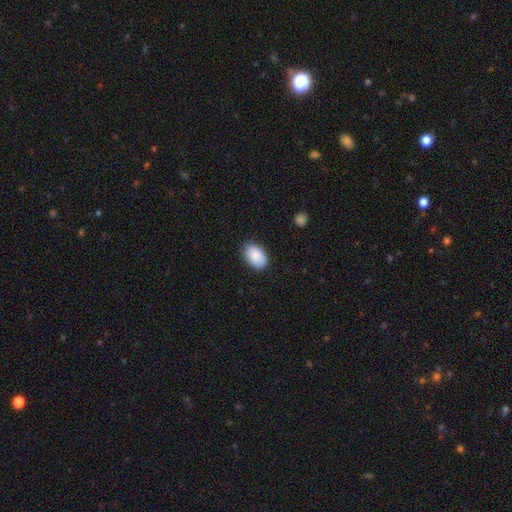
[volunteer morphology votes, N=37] smooth 89%, featured or disk 8%, star or artifact 3%. Down the decision tree: how rounded — in between (94%); merging — none (78%).